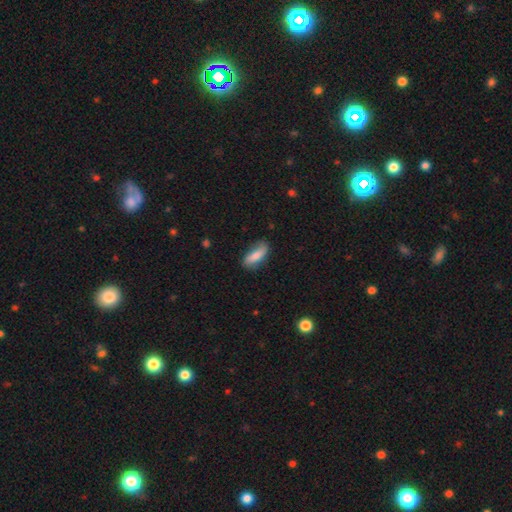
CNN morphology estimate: Smooth or featured?
  - smooth: 72% *
  - featured or disk: 22%
  - star or artifact: 7%
How rounded?
  - in between: 71% *
  - cigar-shaped: 26%
  - round: 3%
Merging?
  - none: 69% *
  - minor disturbance: 23%
  - major disturbance: 5%
  - merger: 2%